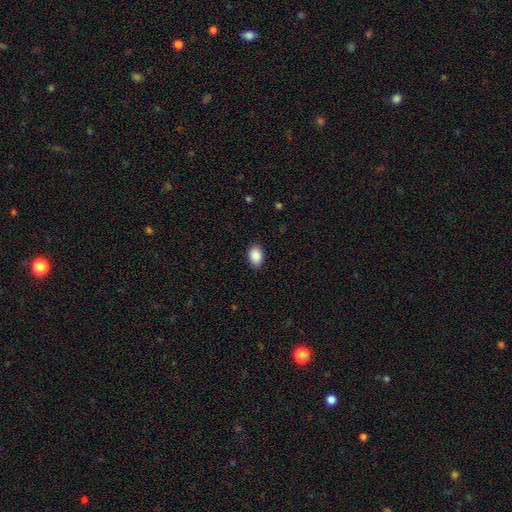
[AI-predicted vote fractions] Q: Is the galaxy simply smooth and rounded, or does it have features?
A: smooth — 89%.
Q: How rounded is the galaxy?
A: in between — 86%.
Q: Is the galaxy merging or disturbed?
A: none — 87%.